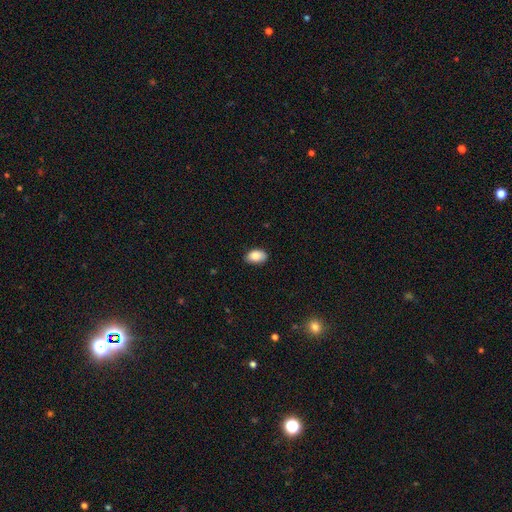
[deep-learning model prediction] Smooth or featured: smooth — 87% (star or artifact — 7%)
How rounded: in between — 91% (round — 8%)
Merging: none — 84% (minor disturbance — 13%)